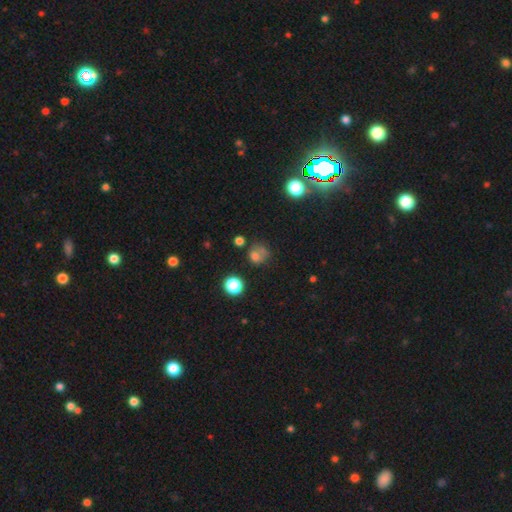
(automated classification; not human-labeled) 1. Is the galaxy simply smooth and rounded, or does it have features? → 65% smooth, 21% star or artifact, 14% featured or disk.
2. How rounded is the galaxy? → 74% round, 25% in between, 1% cigar-shaped.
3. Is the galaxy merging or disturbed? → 46% none, 20% minor disturbance, 19% merger, 16% major disturbance.